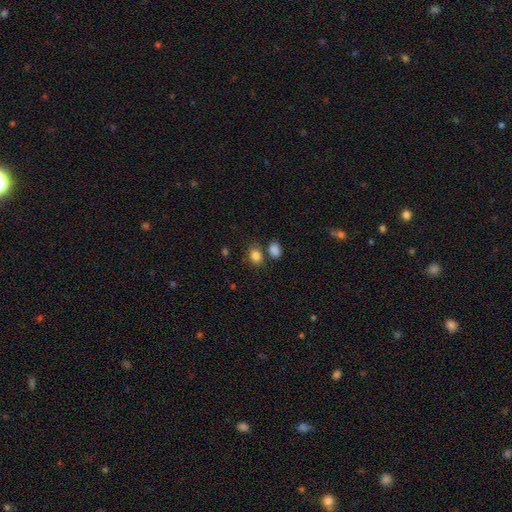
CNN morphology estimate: This is clearly a smooth galaxy (85%). How rounded: possibly in between (58%). Merging: likely none (67%).